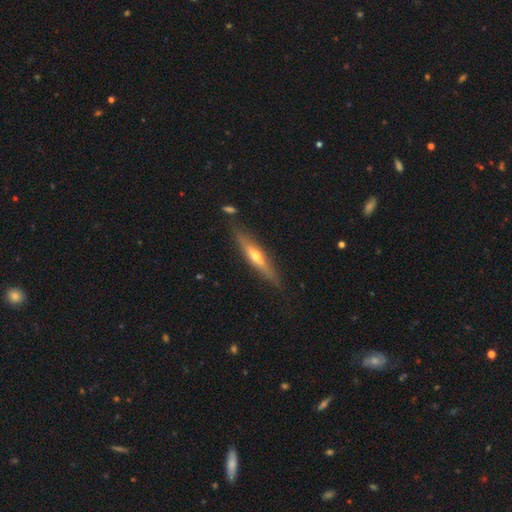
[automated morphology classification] Overall: featured or disk (59%; smooth 35%). Edge-on disk: yes (91%). Edge-on bulge: rounded (83%). Merging: none (82%).